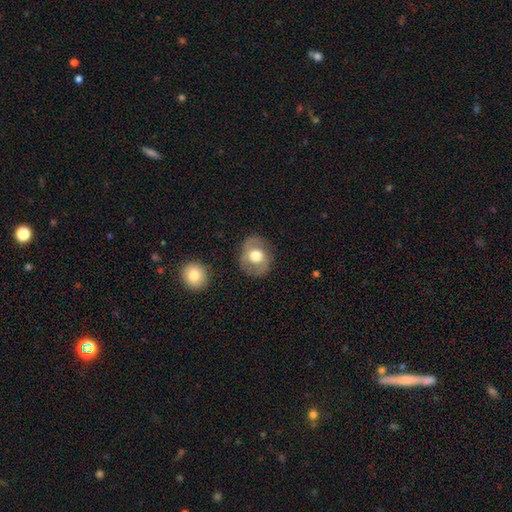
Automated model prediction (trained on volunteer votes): Q: Smooth or featured?
A: featured or disk (47%); runner-up: smooth (46%)
Q: Merging?
A: none (78%); runner-up: minor disturbance (14%)